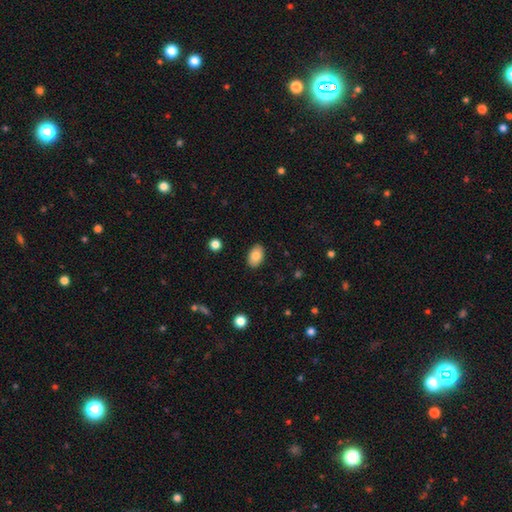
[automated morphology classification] This is clearly a smooth galaxy (84%). How rounded: clearly in between (91%). Merging: clearly none (89%).